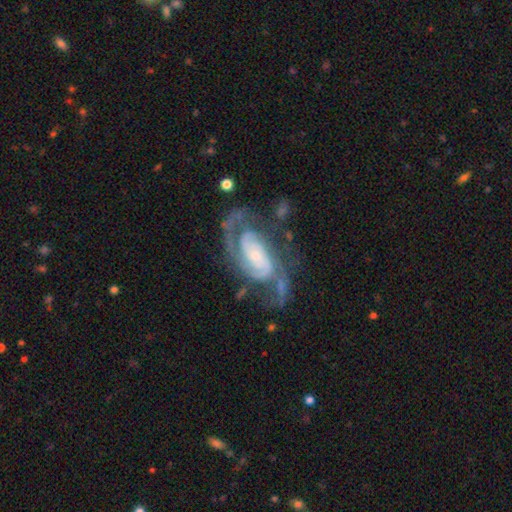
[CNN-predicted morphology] This appears to be a featured or disk galaxy (90%) with no bar (59%), 2 (67%) tight (49%) spiral arms (97%) and a small central bulge (69%). Merging: none (57%).